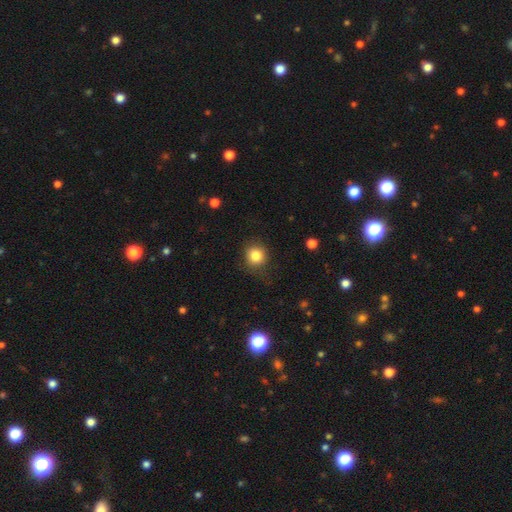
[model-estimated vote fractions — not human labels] Smooth or featured? smooth (83%)
How rounded? round (86%)
Merging? none (80%)